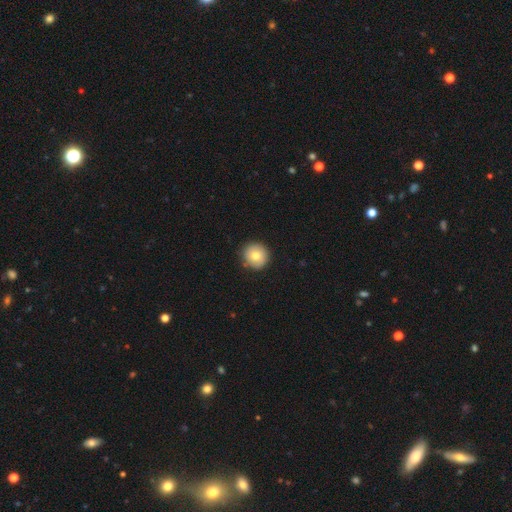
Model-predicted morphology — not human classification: smooth 77%, featured or disk 14%, star or artifact 9%. Down the decision tree: how rounded — round (93%); merging — none (88%).